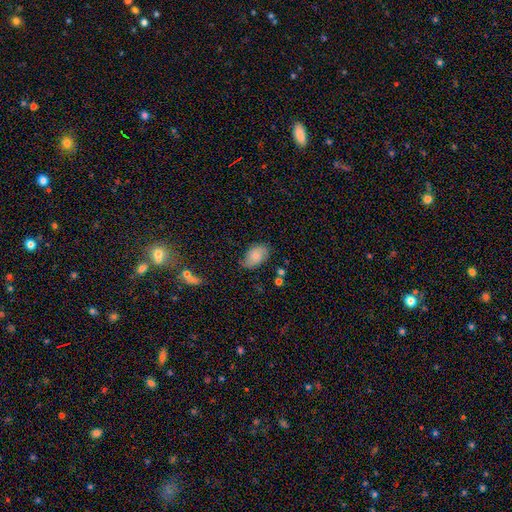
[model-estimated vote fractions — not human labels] Smooth or featured?
  - smooth: 79% *
  - featured or disk: 14%
  - star or artifact: 7%
How rounded?
  - in between: 92% *
  - round: 7%
  - cigar-shaped: 1%
Merging?
  - none: 73% *
  - minor disturbance: 21%
  - major disturbance: 4%
  - merger: 2%